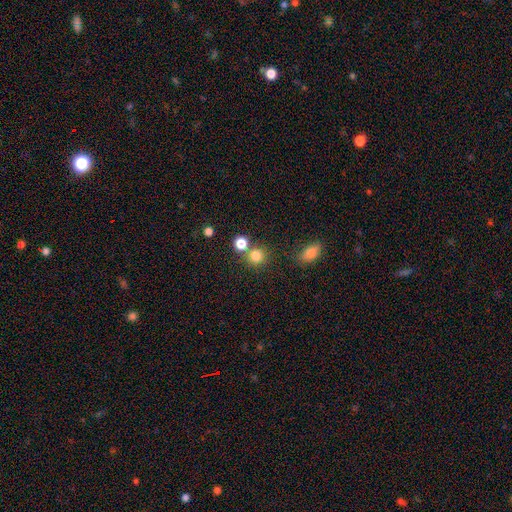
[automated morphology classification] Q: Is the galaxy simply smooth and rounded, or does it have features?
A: smooth — 80%.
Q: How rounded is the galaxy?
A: round — 89%.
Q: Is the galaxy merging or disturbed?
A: none — 66%.